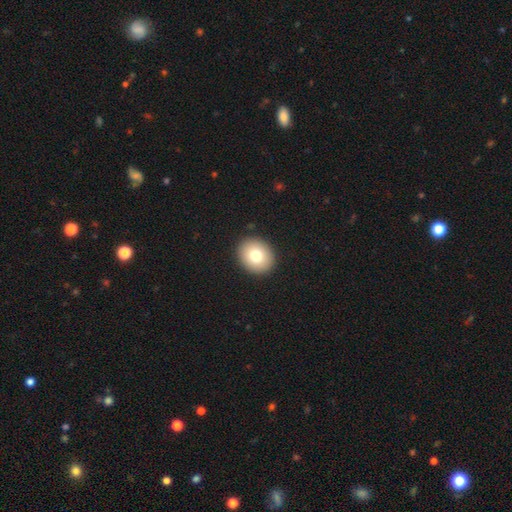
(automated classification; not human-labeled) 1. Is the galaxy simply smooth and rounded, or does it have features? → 76% smooth, 14% featured or disk, 10% star or artifact.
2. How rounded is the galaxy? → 68% round, 32% in between, 1% cigar-shaped.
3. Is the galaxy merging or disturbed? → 91% none, 6% minor disturbance, 2% major disturbance, 1% merger.